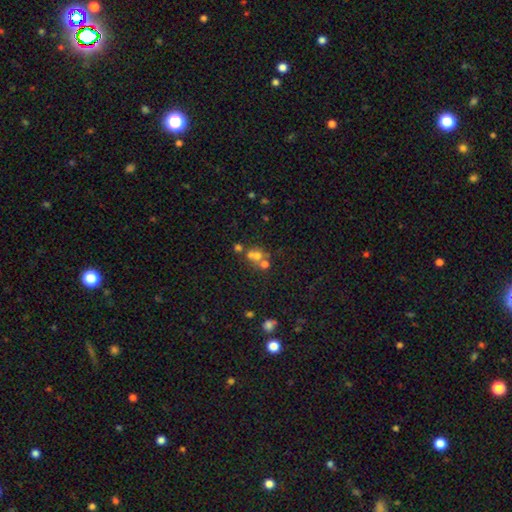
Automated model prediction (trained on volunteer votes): A smooth galaxy with no disk features (57%) that is round (74%). Merging: merger (51%).